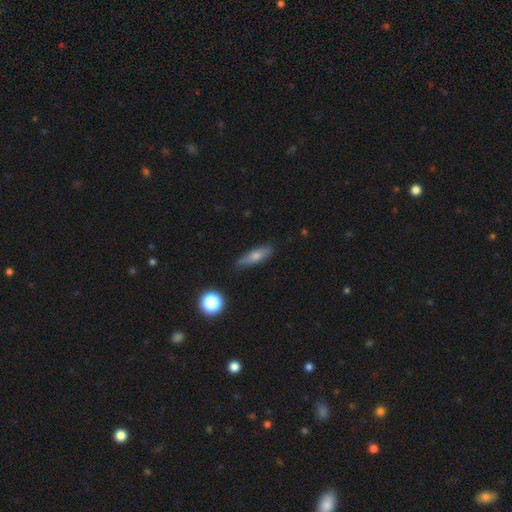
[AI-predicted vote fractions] Q: Smooth or featured?
A: smooth (62%); runner-up: featured or disk (28%)
Q: How rounded?
A: cigar-shaped (63%); runner-up: in between (33%)
Q: Merging?
A: none (85%); runner-up: minor disturbance (11%)